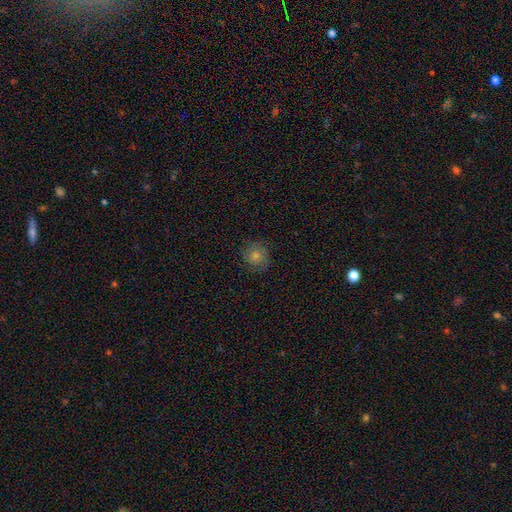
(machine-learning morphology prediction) Q: Smooth or featured?
A: smooth (55%); runner-up: featured or disk (27%)
Q: How rounded?
A: round (91%); runner-up: in between (8%)
Q: Merging?
A: none (84%); runner-up: minor disturbance (11%)